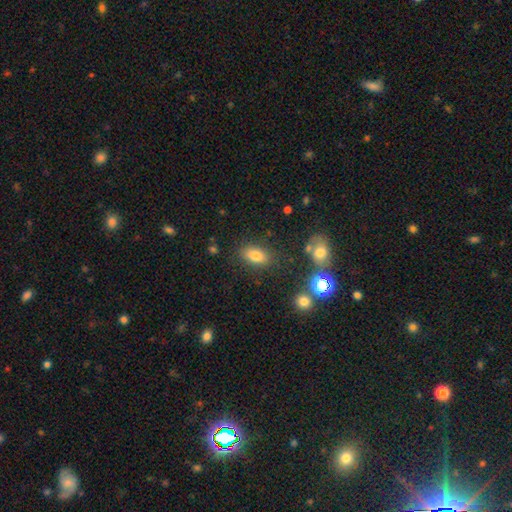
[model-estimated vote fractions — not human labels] This appears to be a smooth galaxy with no disk features (79%) that is in between round and cigar-shaped (86%). Merging: none (82%).